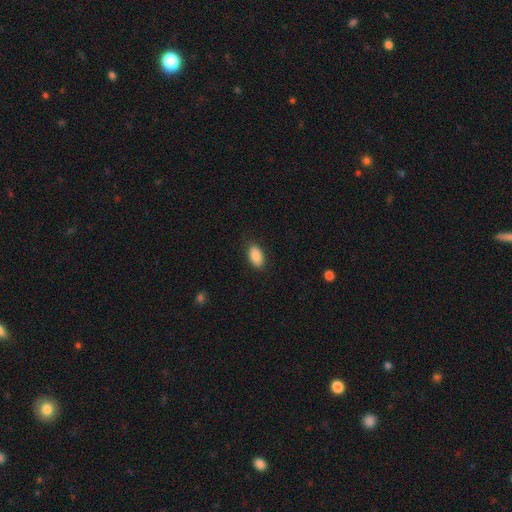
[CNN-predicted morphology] Overall: smooth (86%). How rounded: in between (93%). Merging: none (86%).